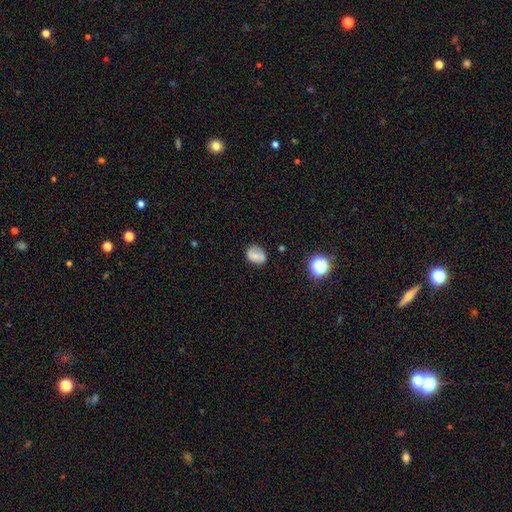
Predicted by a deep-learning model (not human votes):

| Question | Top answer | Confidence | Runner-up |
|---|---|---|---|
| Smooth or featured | smooth | 68% | featured or disk (20%) |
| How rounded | in between | 54% | round (45%) |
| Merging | none | 71% | minor disturbance (19%) |